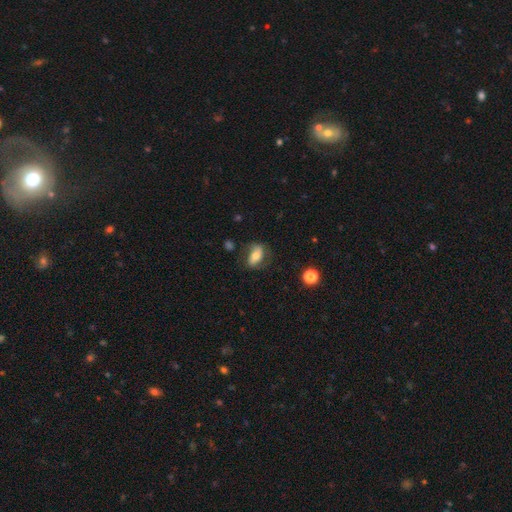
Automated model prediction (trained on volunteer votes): Smooth or featured? smooth (59%)
How rounded? in between (83%)
Merging? none (66%)